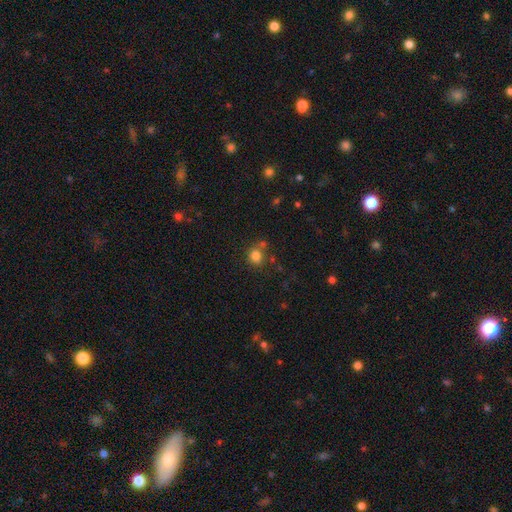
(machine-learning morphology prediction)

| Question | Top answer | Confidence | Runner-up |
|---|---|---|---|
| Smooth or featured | smooth | 80% | star or artifact (13%) |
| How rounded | round | 77% | in between (22%) |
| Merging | none | 66% | merger (16%) |